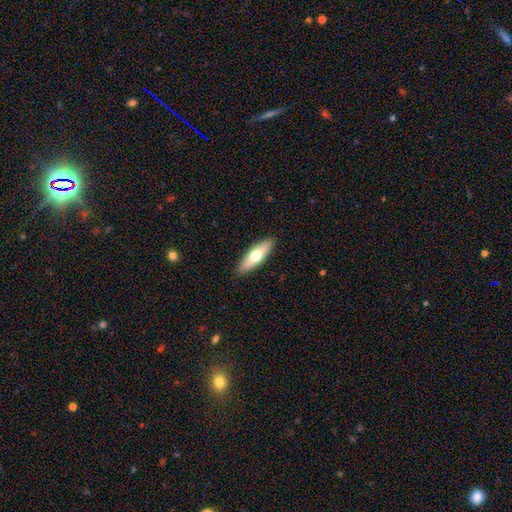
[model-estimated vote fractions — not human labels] smooth_or_featured: smooth (p=0.59) [alt: featured or disk p=0.35]
how_rounded: cigar-shaped (p=0.56) [alt: in between p=0.42]
merging: none (p=0.90) [alt: minor disturbance p=0.07]